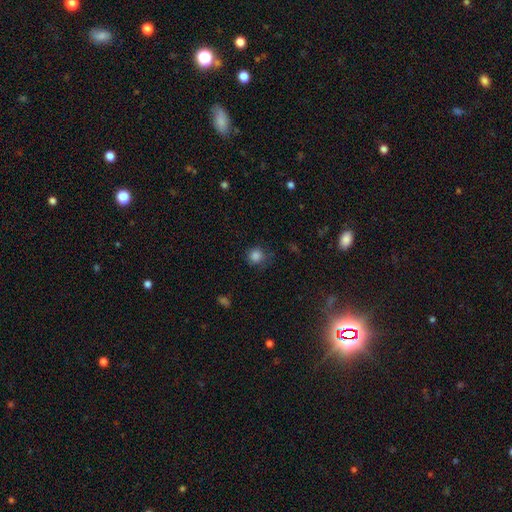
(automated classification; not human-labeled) Overall: smooth (84%). How rounded: round (90%). Merging: none (75%).